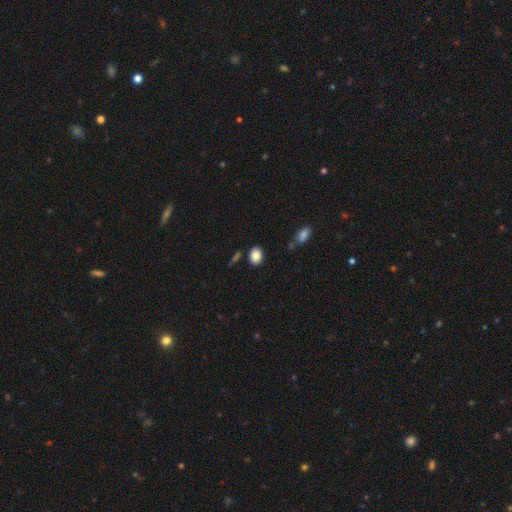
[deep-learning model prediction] smooth_or_featured: smooth (p=0.86) [alt: star or artifact p=0.09]
how_rounded: in between (p=0.60) [alt: round p=0.39]
merging: none (p=0.82) [alt: minor disturbance p=0.10]